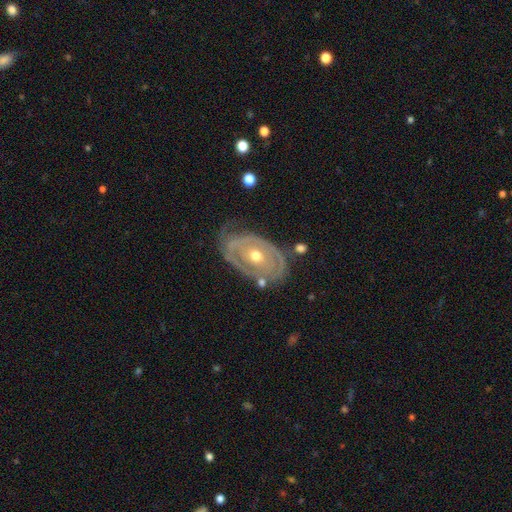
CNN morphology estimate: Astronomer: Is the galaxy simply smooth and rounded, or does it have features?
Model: featured or disk — 85%.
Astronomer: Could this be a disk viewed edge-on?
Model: no — 95%.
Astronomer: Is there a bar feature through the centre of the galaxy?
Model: no — 80%.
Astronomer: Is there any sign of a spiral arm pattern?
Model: yes — 79%.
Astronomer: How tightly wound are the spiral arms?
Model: tight — 73%.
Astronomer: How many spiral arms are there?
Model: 2 — 44% (runner-up: can't tell, 29%).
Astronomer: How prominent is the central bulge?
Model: moderate — 66%.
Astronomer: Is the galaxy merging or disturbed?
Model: none — 60%.